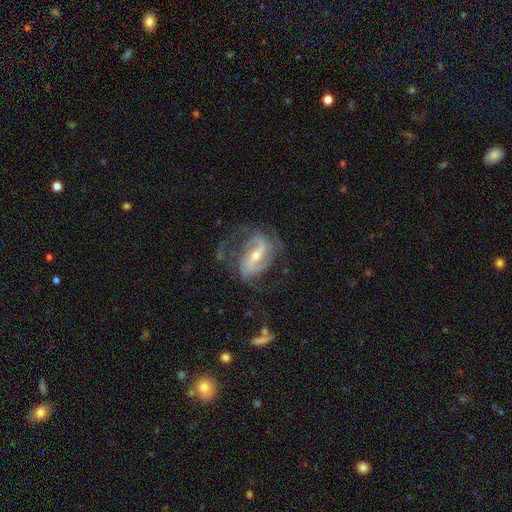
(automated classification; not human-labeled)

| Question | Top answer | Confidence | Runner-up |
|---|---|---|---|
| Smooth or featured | featured or disk | 88% | smooth (6%) |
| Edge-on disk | no | 96% | yes (4%) |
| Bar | strong | 51% | weak (37%) |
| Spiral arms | yes | 96% | no (4%) |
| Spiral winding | medium | 46% | loose (31%) |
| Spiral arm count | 2 | 58% | 3 (17%) |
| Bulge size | small | 52% | moderate (44%) |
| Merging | none | 55% | major disturbance (22%) |